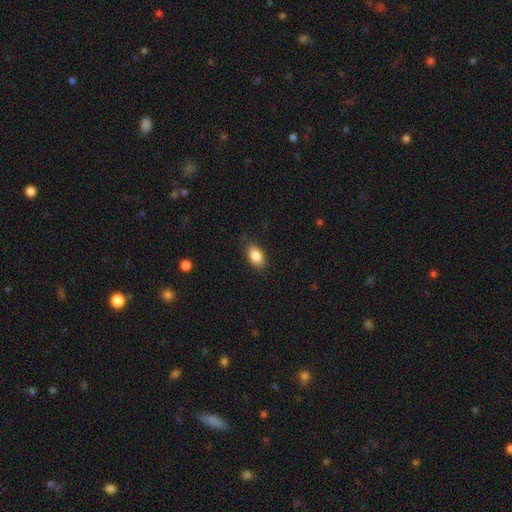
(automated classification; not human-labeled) The model was most divided on "merging": none: 85%, minor disturbance: 12%, major disturbance: 3%, merger: 1%. More confident: how rounded — in between (90%); smooth or featured — smooth (86%).